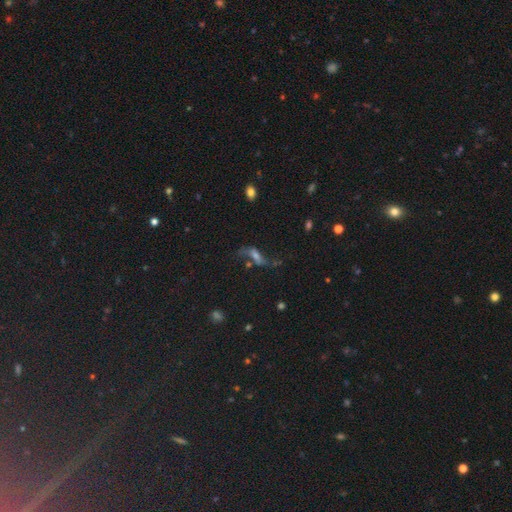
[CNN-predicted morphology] smooth-or-featured: featured or disk: 55% | smooth: 31% | star or artifact: 14%
  disk-edge-on: no: 76% | yes: 24%
  merging: none: 45% | major disturbance: 25% | minor disturbance: 20% | merger: 10%